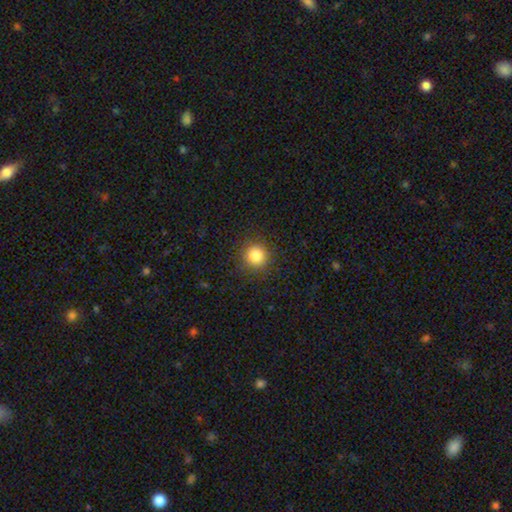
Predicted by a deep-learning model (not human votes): Morphology: type=smooth (84%); roundness=round (94%); merging=none (89%).